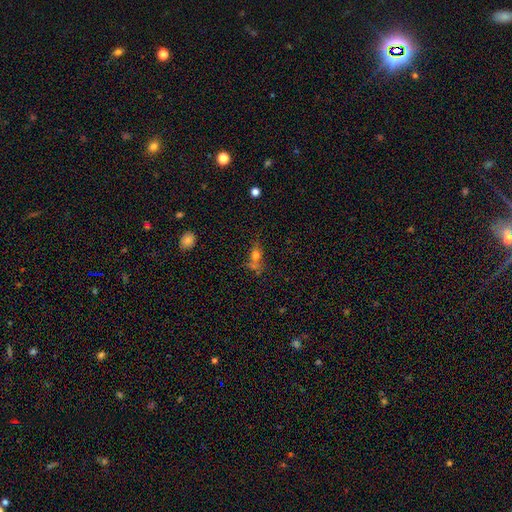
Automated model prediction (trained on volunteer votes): Smooth or featured?
  - smooth: 63% *
  - star or artifact: 19%
  - featured or disk: 18%
How rounded?
  - in between: 56% *
  - round: 32%
  - cigar-shaped: 12%
Merging?
  - none: 48% *
  - merger: 22%
  - minor disturbance: 19%
  - major disturbance: 12%